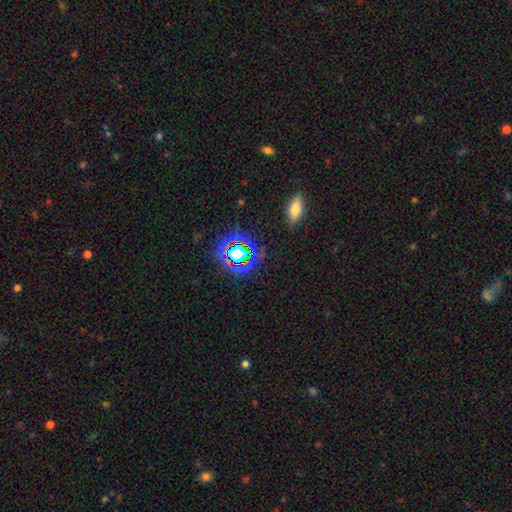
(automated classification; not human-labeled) A star or artifact, not a galaxy (58%).